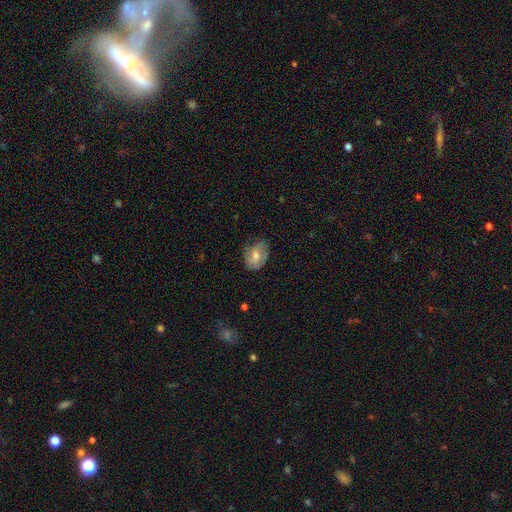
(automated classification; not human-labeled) This appears to be a featured or disk galaxy (50%). Merging: none (63%).